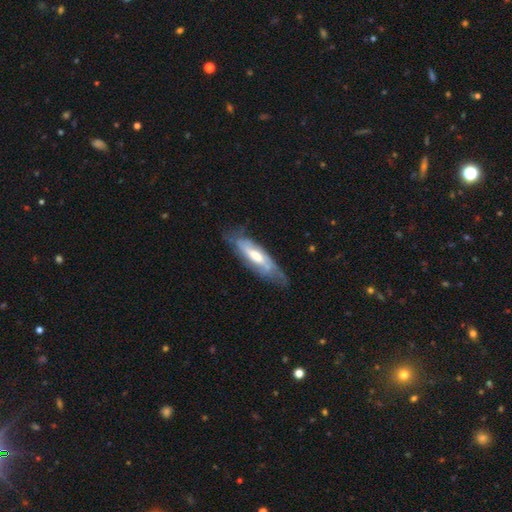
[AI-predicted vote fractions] Smooth or featured?
  - featured or disk: 65% *
  - smooth: 29%
  - star or artifact: 6%
Edge-on disk?
  - no: 64% *
  - yes: 36%
Merging?
  - none: 68% *
  - minor disturbance: 23%
  - major disturbance: 8%
  - merger: 1%